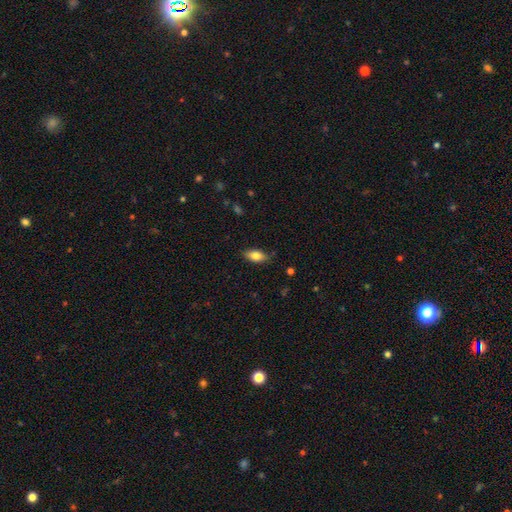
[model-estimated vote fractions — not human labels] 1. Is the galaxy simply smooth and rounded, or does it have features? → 82% smooth, 11% featured or disk, 7% star or artifact.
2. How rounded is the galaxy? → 88% in between, 9% cigar-shaped, 3% round.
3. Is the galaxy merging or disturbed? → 81% none, 15% minor disturbance, 3% major disturbance, 1% merger.